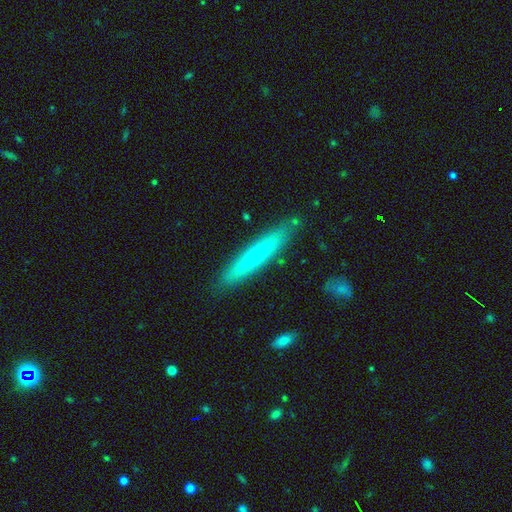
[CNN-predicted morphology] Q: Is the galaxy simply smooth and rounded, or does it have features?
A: featured or disk — 47%, tied with smooth.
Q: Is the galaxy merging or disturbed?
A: none — 87%.